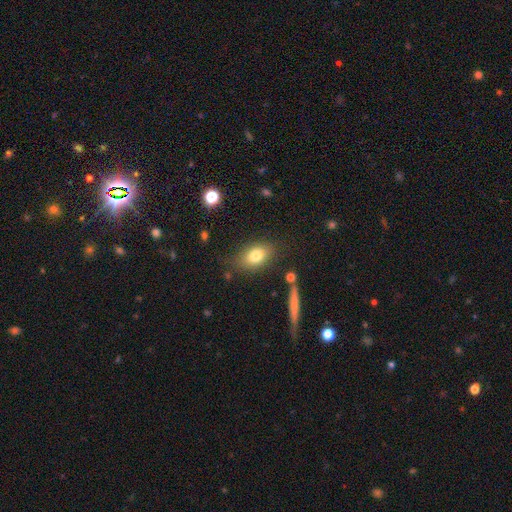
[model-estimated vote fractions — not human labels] smooth-or-featured: smooth: 77% | featured or disk: 13% | star or artifact: 10%
  how-rounded: in between: 81% | round: 15% | cigar-shaped: 4%
  merging: none: 77% | minor disturbance: 14% | major disturbance: 5% | merger: 4%